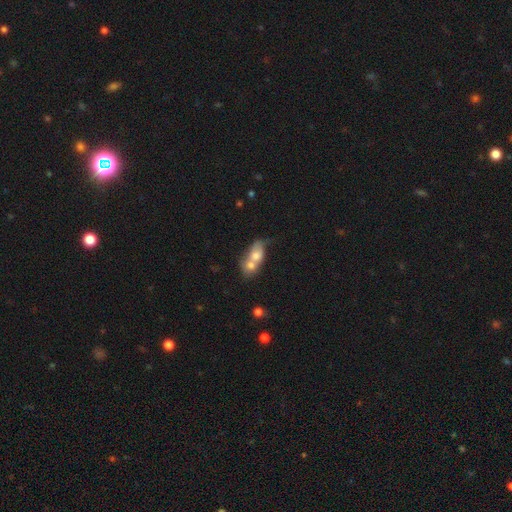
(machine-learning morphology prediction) Overall: smooth (67%). How rounded: in between (66%; round 27%). Merging: merger (76%).